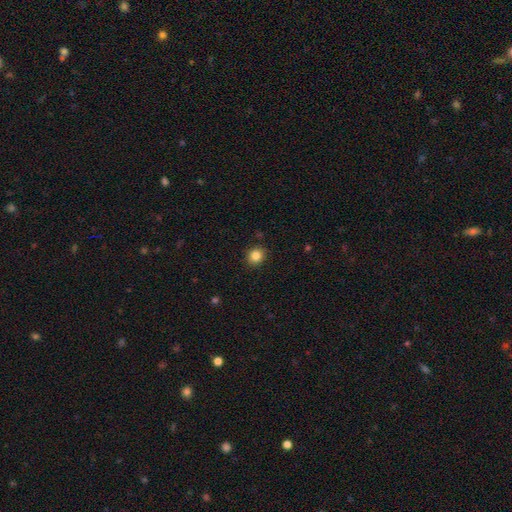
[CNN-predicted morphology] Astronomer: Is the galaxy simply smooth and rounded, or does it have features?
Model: smooth — 84%.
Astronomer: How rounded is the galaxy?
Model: round — 80%.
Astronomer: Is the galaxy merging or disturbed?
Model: none — 90%.